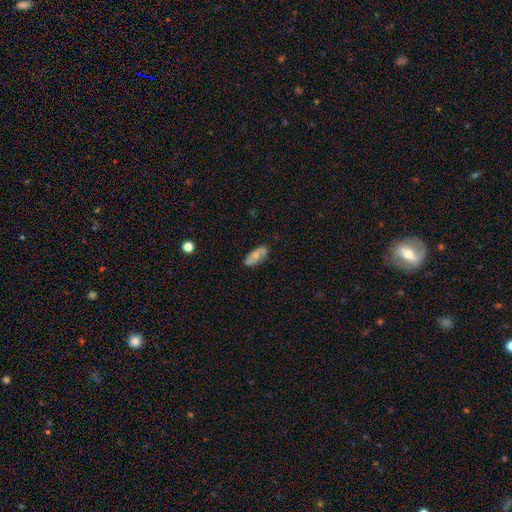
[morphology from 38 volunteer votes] Overall: smooth (55%; featured or disk 37%). How rounded: in between (95%). Merging: none (71%).